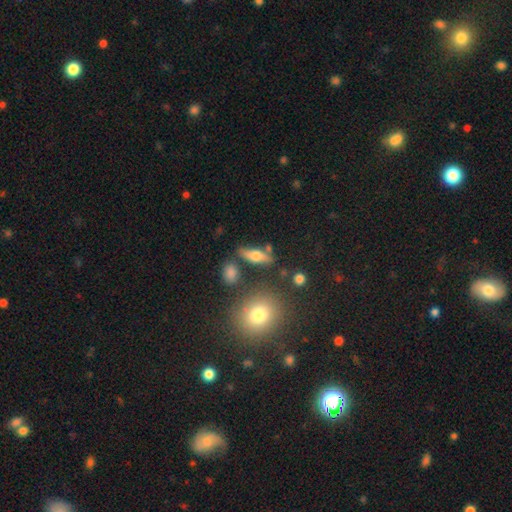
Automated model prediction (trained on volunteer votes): Overall: smooth (56%; featured or disk 34%). How rounded: in between (52%; cigar-shaped 40%). Merging: none (71%).